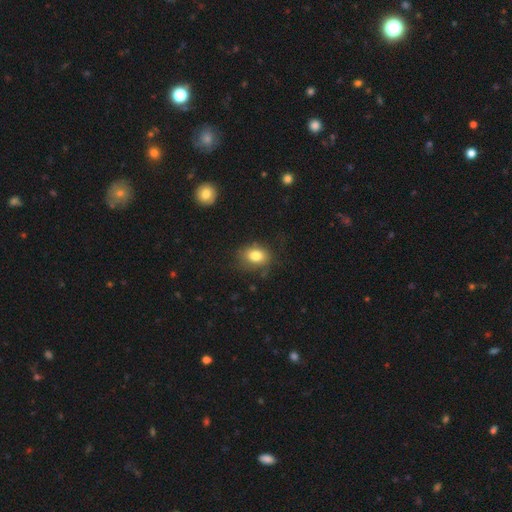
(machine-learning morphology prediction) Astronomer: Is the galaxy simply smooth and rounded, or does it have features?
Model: smooth — 80%.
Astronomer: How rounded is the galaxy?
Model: in between — 62% (runner-up: round, 37%).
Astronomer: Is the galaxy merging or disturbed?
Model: none — 71%.